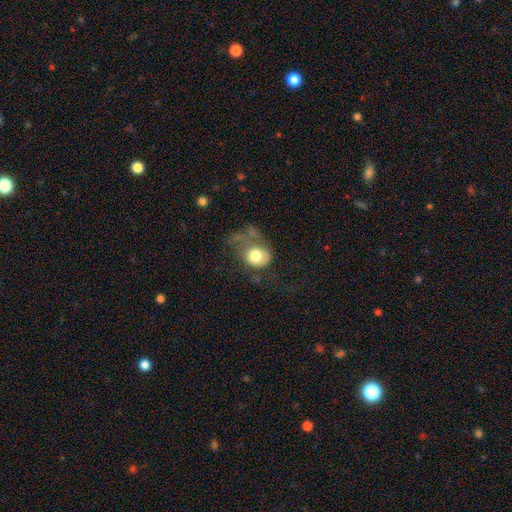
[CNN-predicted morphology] This appears to be a smooth galaxy with no disk features (71%) that is round (63%). Merging: major disturbance (50%).